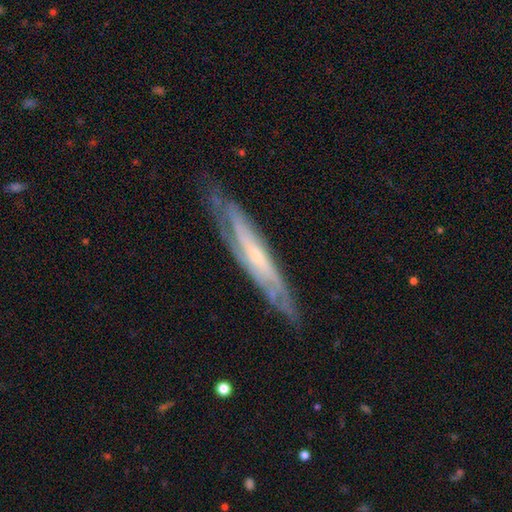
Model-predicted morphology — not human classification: smooth_or_featured: featured or disk (p=0.77) [alt: smooth p=0.17]
disk_edge_on: yes (p=0.54) [alt: no p=0.46]
merging: none (p=0.74) [alt: minor disturbance p=0.19]